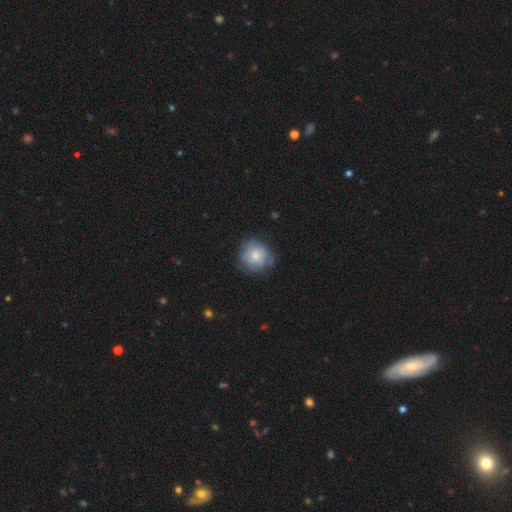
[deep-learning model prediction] A smooth galaxy with no disk features (60%) that is round (83%).

Vote fractions:
- Smooth or featured? smooth: 60% / featured or disk: 32% / star or artifact: 8%
- How rounded? round: 83% / in between: 16% / cigar-shaped: 1%
- Merging? none: 69% / minor disturbance: 22% / major disturbance: 8% / merger: 2%